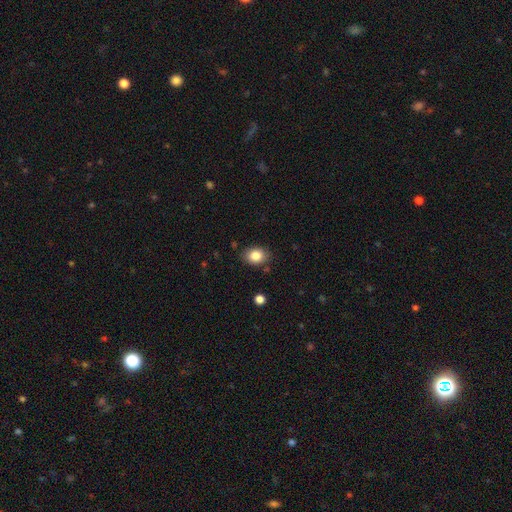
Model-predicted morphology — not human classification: smooth 84%, star or artifact 9%, featured or disk 7%. Down the decision tree: how rounded — in between (65%); merging — none (84%).